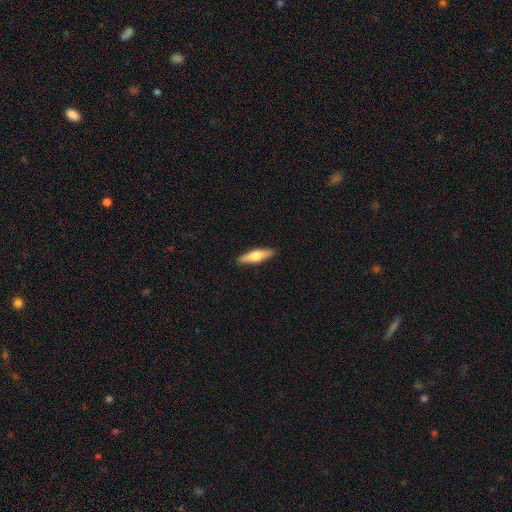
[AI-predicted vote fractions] A smooth galaxy with no disk features (53%) that is cigar-shaped (66%).

Vote fractions:
- Smooth or featured? smooth: 53% / featured or disk: 41% / star or artifact: 6%
- How rounded? cigar-shaped: 66% / in between: 32% / round: 2%
- Merging? none: 90% / minor disturbance: 7% / major disturbance: 2% / merger: 1%